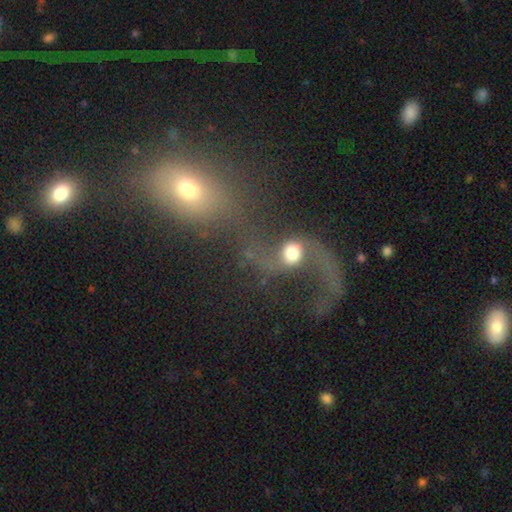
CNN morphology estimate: Smooth or featured? Predicted: featured or disk (p=0.63). Edge-on disk? Predicted: no (p=0.95). Bar? Predicted: no (p=0.62). Spiral arms? Predicted: yes (p=0.77). Bulge size? Predicted: moderate (p=0.51). Merging? Predicted: merger (p=0.47).